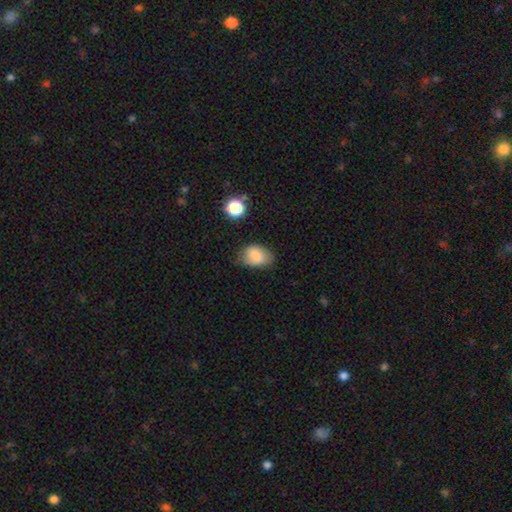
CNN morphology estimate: Smooth or featured?
  - smooth: 82% *
  - featured or disk: 9%
  - star or artifact: 9%
How rounded?
  - in between: 79% *
  - round: 20%
  - cigar-shaped: 1%
Merging?
  - none: 63% *
  - minor disturbance: 29%
  - major disturbance: 6%
  - merger: 2%